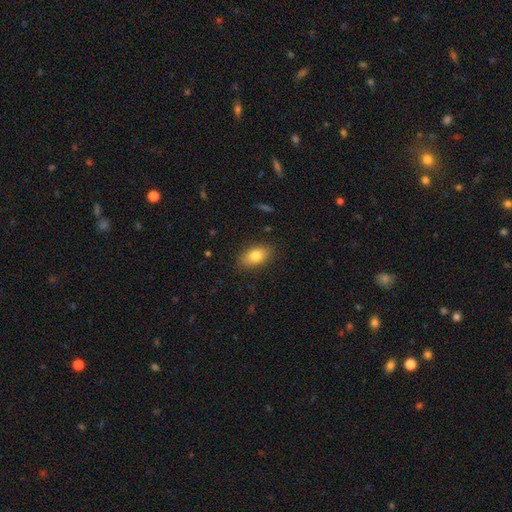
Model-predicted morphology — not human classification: Smooth or featured? Predicted: smooth (p=0.80). How rounded? Predicted: in between (p=0.88). Merging? Predicted: none (p=0.86).